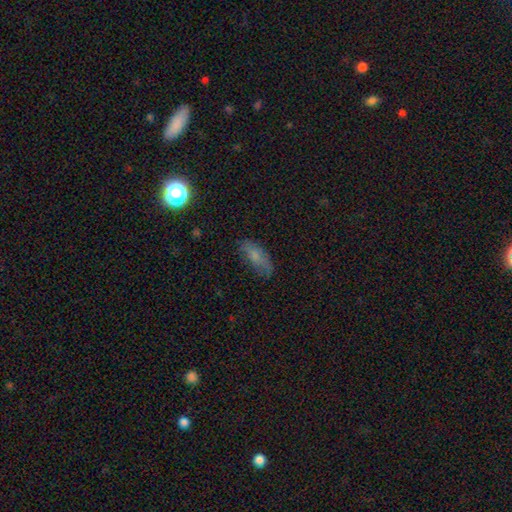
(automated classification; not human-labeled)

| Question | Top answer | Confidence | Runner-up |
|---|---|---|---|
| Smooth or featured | smooth | 70% | featured or disk (19%) |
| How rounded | in between | 76% | cigar-shaped (20%) |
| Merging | none | 73% | minor disturbance (21%) |